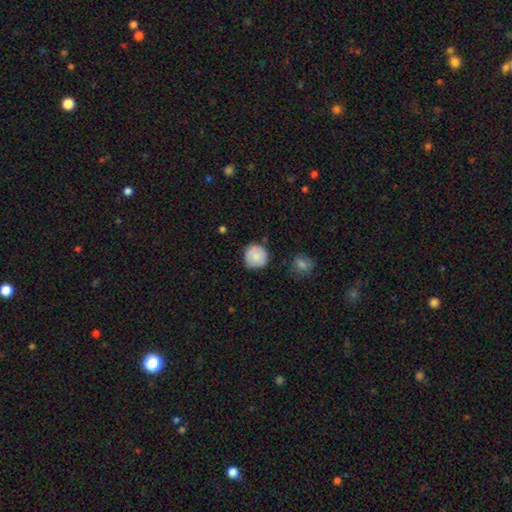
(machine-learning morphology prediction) This is clearly a smooth galaxy (80%). How rounded: clearly round (93%). Merging: likely none (79%).